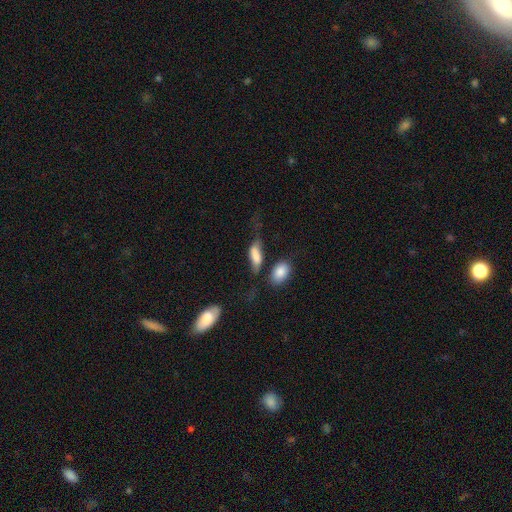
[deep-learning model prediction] Q: Smooth or featured?
A: smooth (66%); runner-up: featured or disk (25%)
Q: How rounded?
A: in between (68%); runner-up: cigar-shaped (27%)
Q: Merging?
A: none (38%); runner-up: major disturbance (24%)